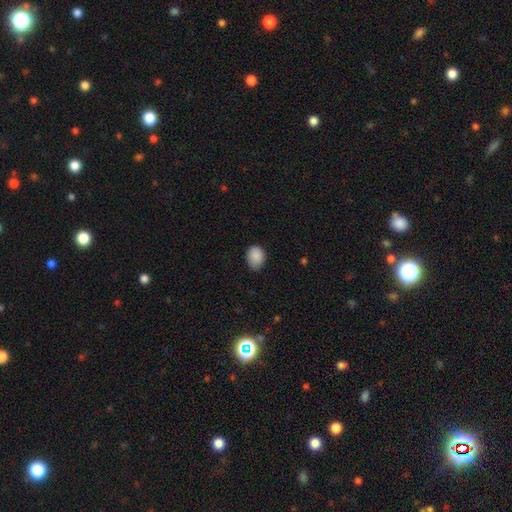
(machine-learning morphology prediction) Smooth or featured? Predicted: smooth (p=0.88). How rounded? Predicted: in between (p=0.61). Merging? Predicted: none (p=0.70).